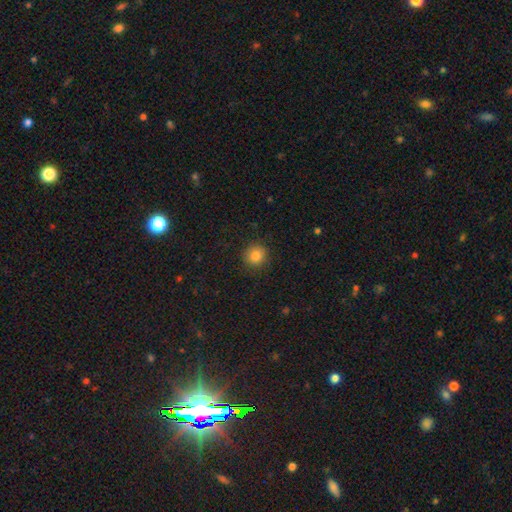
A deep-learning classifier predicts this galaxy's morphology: This appears to be a smooth galaxy with no disk features (83%) that is round (90%). Merging: none (90%).